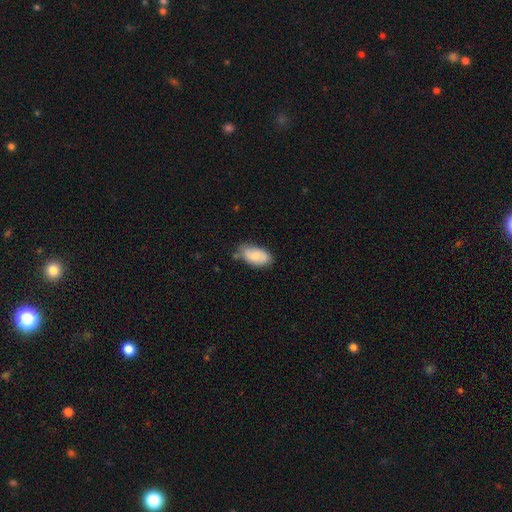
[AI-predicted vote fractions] This appears to be a smooth galaxy with no disk features (72%) that is in between round and cigar-shaped (93%). Merging: none (66%).